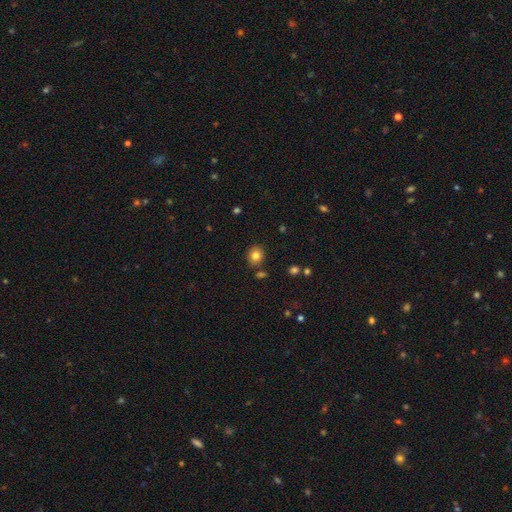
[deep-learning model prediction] Smooth or featured? Predicted: smooth (p=0.81). How rounded? Predicted: round (p=0.70). Merging? Predicted: none (p=0.83).